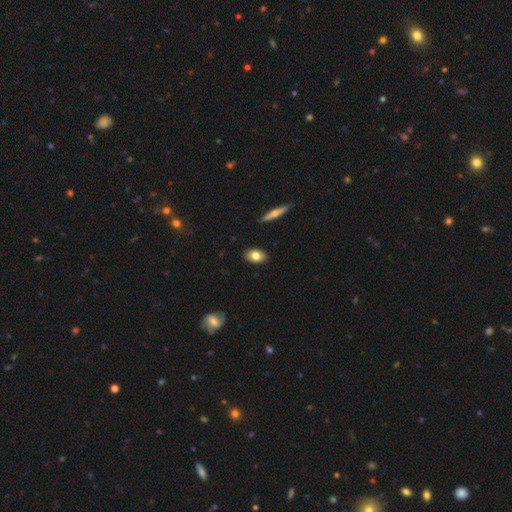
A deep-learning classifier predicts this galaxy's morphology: Smooth or featured: smooth — 80% (featured or disk — 13%)
How rounded: in between — 87% (round — 10%)
Merging: none — 89% (minor disturbance — 8%)